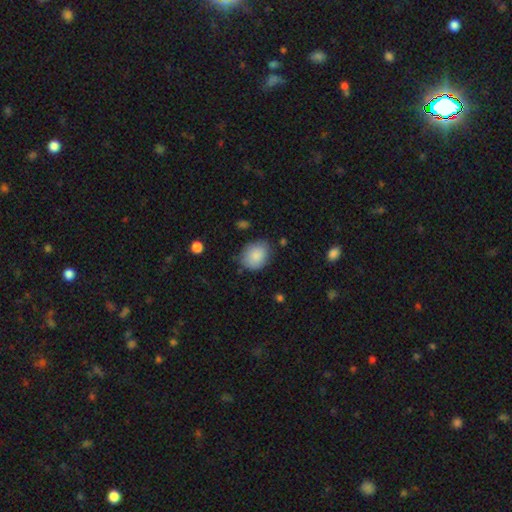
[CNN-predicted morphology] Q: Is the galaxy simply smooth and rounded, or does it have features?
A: smooth — 87%.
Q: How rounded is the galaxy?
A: in between — 51%.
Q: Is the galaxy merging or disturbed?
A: none — 73%.